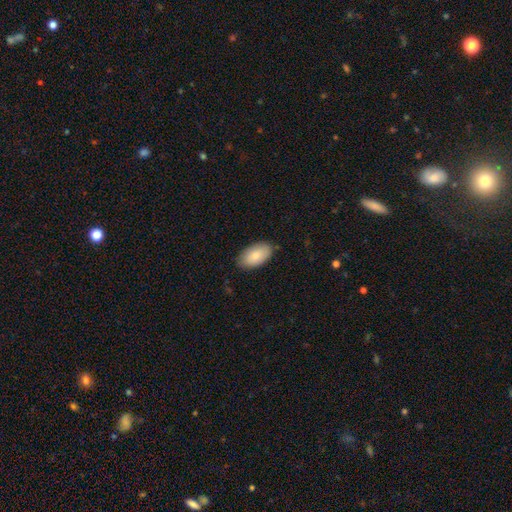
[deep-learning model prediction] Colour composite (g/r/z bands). It shows a smooth galaxy with no disk features (83%) that is in between round and cigar-shaped (95%). Merging: none (84%).